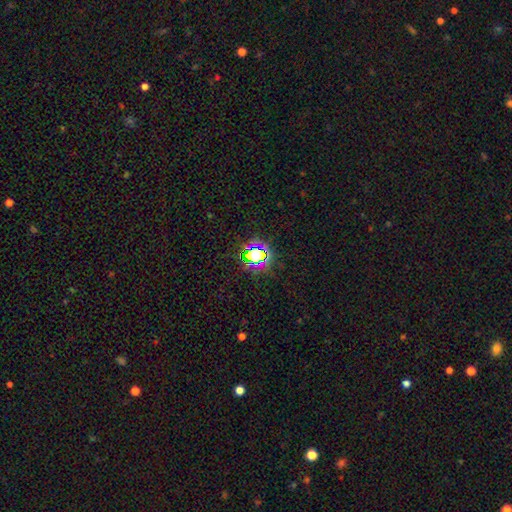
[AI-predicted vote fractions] smooth-or-featured: star or artifact: 63% | smooth: 26% | featured or disk: 11%